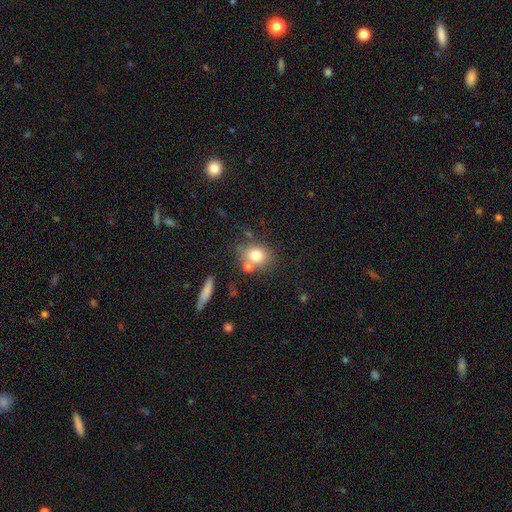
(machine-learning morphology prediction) This is likely a smooth galaxy (76%). How rounded: likely round (61%). Merging: likely none (61%).